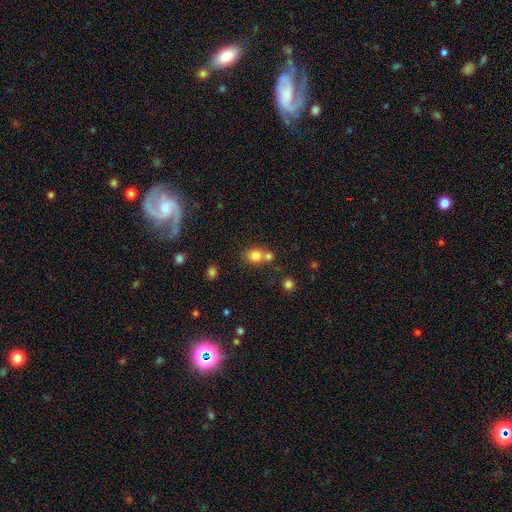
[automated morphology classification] smooth_or_featured: smooth (p=0.79) [alt: star or artifact p=0.12]
how_rounded: round (p=0.75) [alt: in between p=0.24]
merging: none (p=0.50) [alt: merger p=0.38]